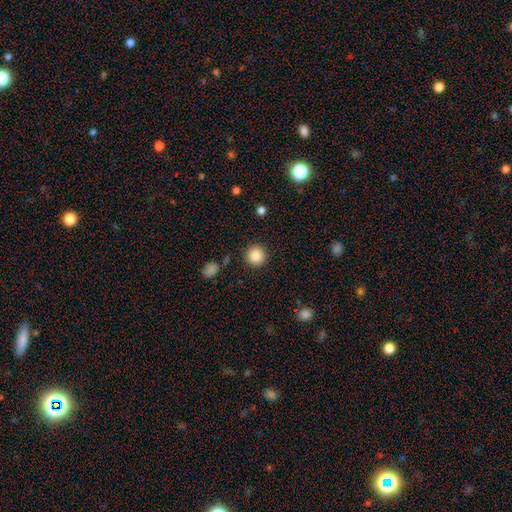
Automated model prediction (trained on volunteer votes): Morphology: type=smooth (87%); roundness=round (95%); merging=none (90%).